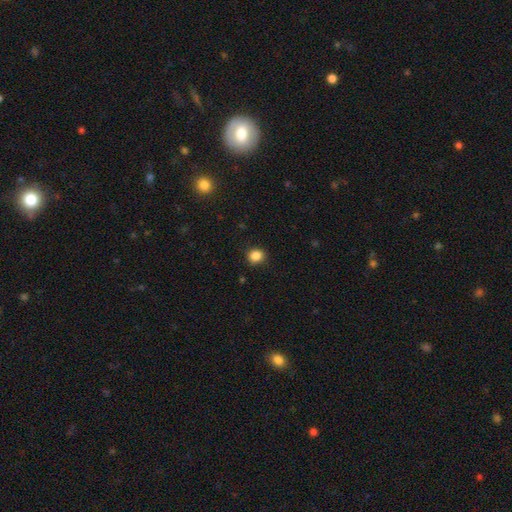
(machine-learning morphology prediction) This appears to be a smooth galaxy with no disk features (86%) that is round (79%). Merging: none (89%).